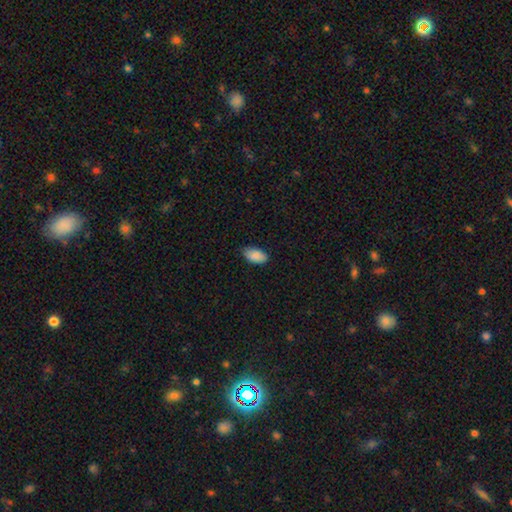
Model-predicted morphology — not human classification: Q: Smooth or featured?
A: smooth (87%); runner-up: star or artifact (7%)
Q: How rounded?
A: in between (94%); runner-up: round (4%)
Q: Merging?
A: none (75%); runner-up: minor disturbance (21%)